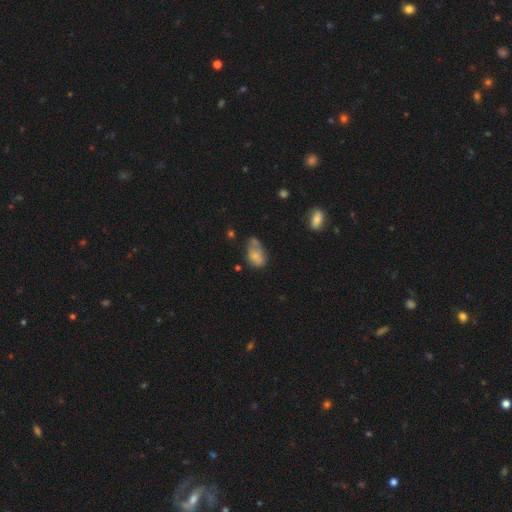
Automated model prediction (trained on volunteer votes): Morphology: type=smooth (66%); roundness=in between (85%); merging=none (32%).